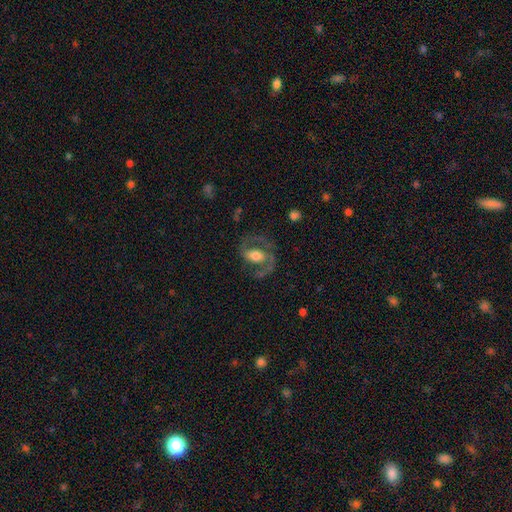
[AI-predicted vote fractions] Smooth or featured?
  - featured or disk: 77% *
  - smooth: 16%
  - star or artifact: 6%
Edge-on disk?
  - no: 97% *
  - yes: 3%
Bar?
  - weak: 38% * (tied)
  - no: 38% * (tied)
  - strong: 24%
Spiral arms?
  - yes: 88% *
  - no: 12%
Spiral winding?
  - medium: 57% *
  - loose: 23%
  - tight: 20%
Spiral arm count?
  - 2: 86% *
  - 1: 7%
  - can't tell: 4%
  - 3: 1%
  - 4: 1%
  - more than 4: 1%
Bulge size?
  - moderate: 54% *
  - large: 28%
  - small: 13%
  - dominant: 2%
  - none: 2%
Merging?
  - none: 66% *
  - major disturbance: 16%
  - minor disturbance: 16%
  - merger: 2%